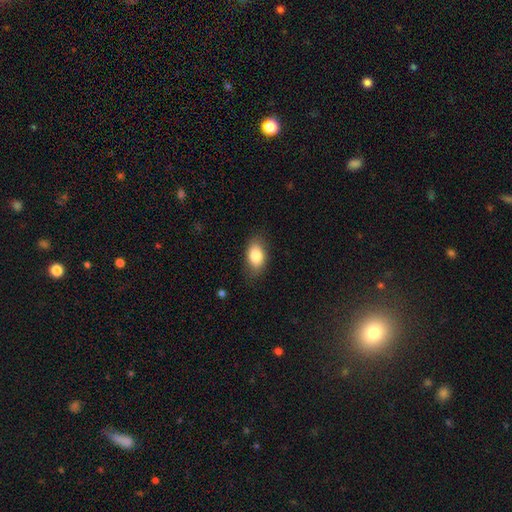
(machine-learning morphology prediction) A smooth galaxy with no disk features (82%) that is in between round and cigar-shaped (90%).

Vote fractions:
- Smooth or featured? smooth: 82% / featured or disk: 11% / star or artifact: 7%
- How rounded? in between: 90% / round: 8% / cigar-shaped: 2%
- Merging? none: 81% / minor disturbance: 15% / major disturbance: 4% / merger: 1%